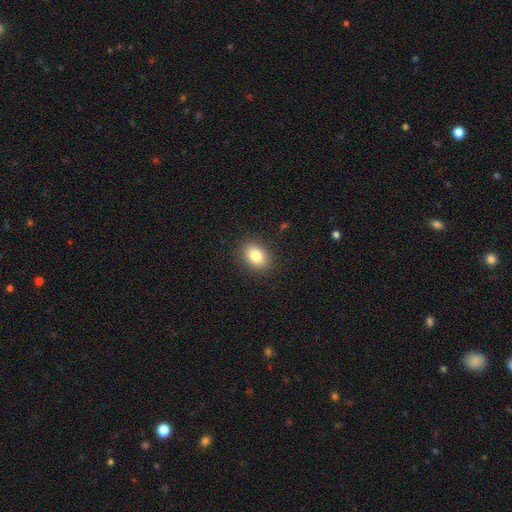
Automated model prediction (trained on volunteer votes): smooth 84%, star or artifact 9%, featured or disk 7%. Down the decision tree: how rounded — in between (74%); merging — none (88%).